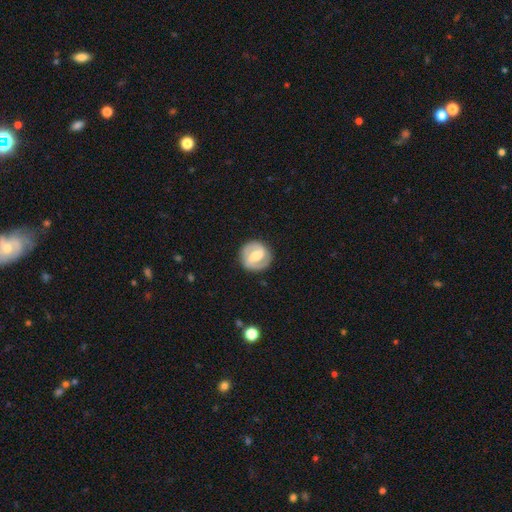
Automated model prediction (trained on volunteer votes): The model was most divided on "spiral winding": medium: 44%, tight: 42%, loose: 14%. Remaining: edge-on disk — no (97%); spiral arm count — 2 (89%); merging — none (87%); spiral arms — yes (85%); smooth or featured — featured or disk (77%); bulge size — moderate (66%); bar — strong (46%).